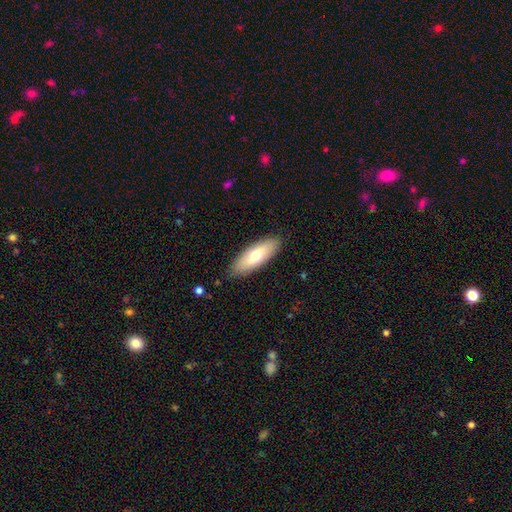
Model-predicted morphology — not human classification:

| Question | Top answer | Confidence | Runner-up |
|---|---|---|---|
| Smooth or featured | smooth | 65% | featured or disk (29%) |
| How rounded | in between | 68% | cigar-shaped (30%) |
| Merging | none | 87% | minor disturbance (9%) |